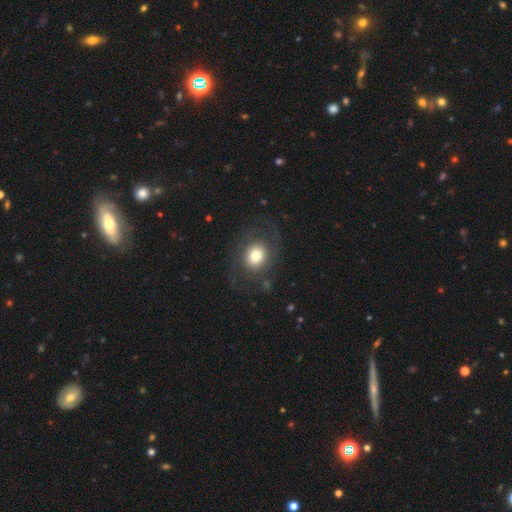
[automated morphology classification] A smooth galaxy with no disk features (62%) that is round (62%). Merging: none (69%).